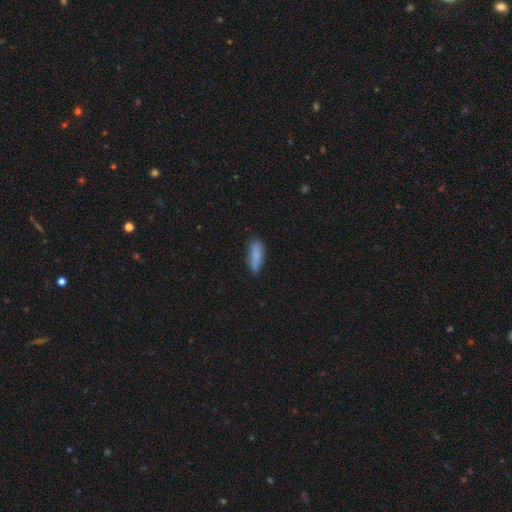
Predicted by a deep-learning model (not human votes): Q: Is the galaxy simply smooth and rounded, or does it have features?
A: smooth — 82%.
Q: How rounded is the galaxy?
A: in between — 50%.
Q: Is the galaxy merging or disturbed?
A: none — 74%.